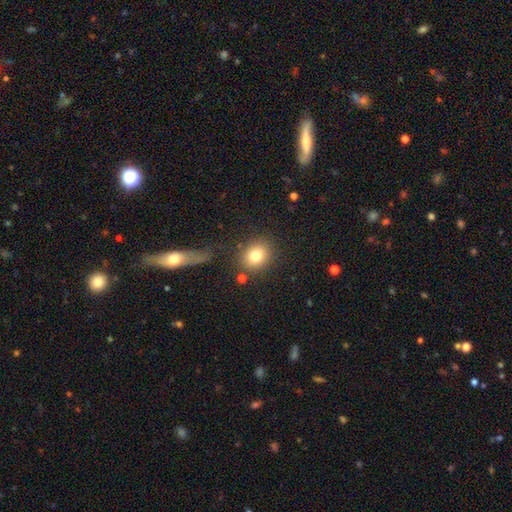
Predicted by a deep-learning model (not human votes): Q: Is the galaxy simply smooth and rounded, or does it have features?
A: smooth — 79%.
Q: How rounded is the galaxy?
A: round — 64%.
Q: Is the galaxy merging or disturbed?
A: none — 79%.